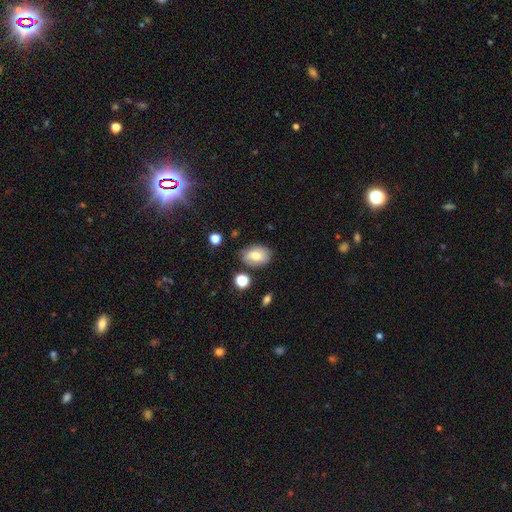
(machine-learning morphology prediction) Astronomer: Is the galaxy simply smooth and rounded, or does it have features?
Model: smooth — 70%.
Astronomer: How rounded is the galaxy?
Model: in between — 80%.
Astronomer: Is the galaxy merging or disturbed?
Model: none — 76%.